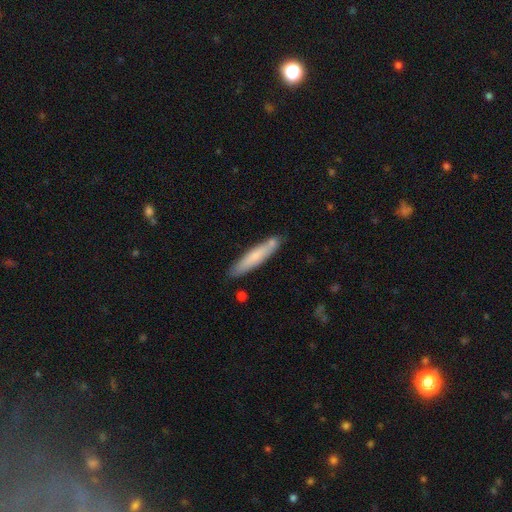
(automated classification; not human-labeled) smooth-or-featured: smooth: 66% | featured or disk: 28% | star or artifact: 6%
  how-rounded: cigar-shaped: 90% | in between: 9% | round: 1%
  merging: none: 79% | minor disturbance: 14% | merger: 5% | major disturbance: 2%